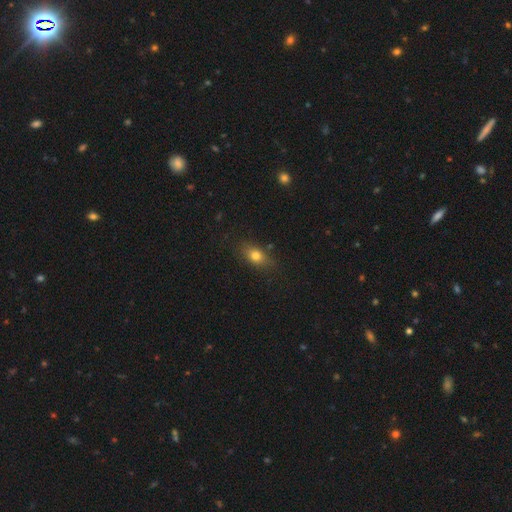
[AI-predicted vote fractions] A smooth galaxy with no disk features (75%) that is in between round and cigar-shaped (73%). Merging: none (77%).